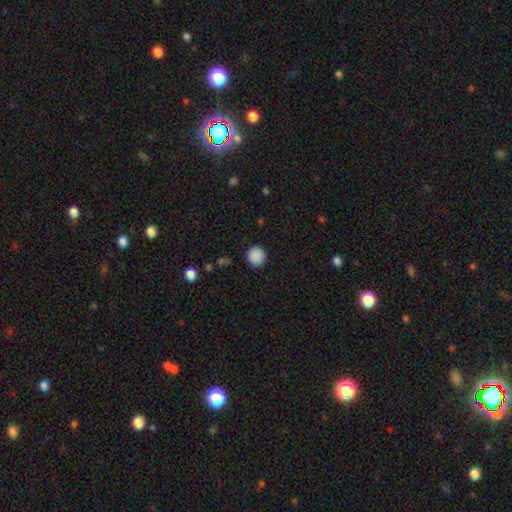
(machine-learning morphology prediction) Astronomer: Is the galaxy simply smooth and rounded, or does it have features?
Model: smooth — 89%.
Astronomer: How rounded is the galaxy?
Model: round — 94%.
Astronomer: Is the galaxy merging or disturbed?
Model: none — 90%.